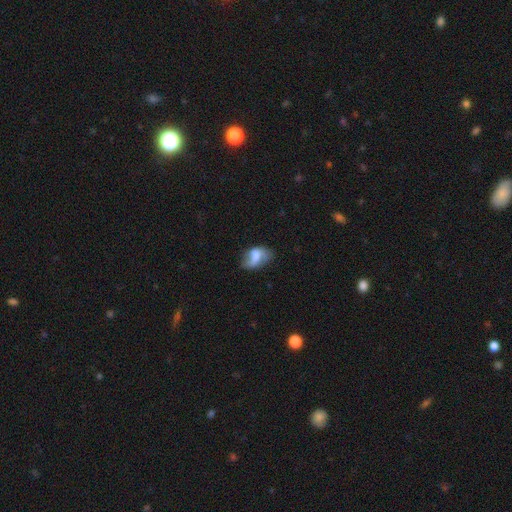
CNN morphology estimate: type=smooth (54%); roundness=in between (86%); merging=none (44%).